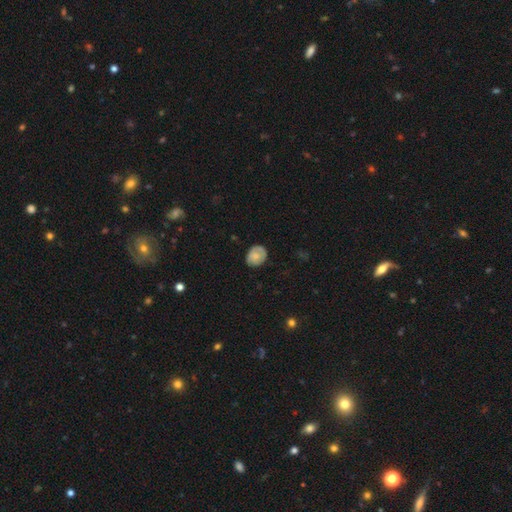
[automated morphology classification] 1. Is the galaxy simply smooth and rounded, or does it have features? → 68% smooth, 25% featured or disk, 7% star or artifact.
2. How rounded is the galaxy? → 60% round, 39% in between, 1% cigar-shaped.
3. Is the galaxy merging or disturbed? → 72% none, 22% minor disturbance, 5% major disturbance, 1% merger.